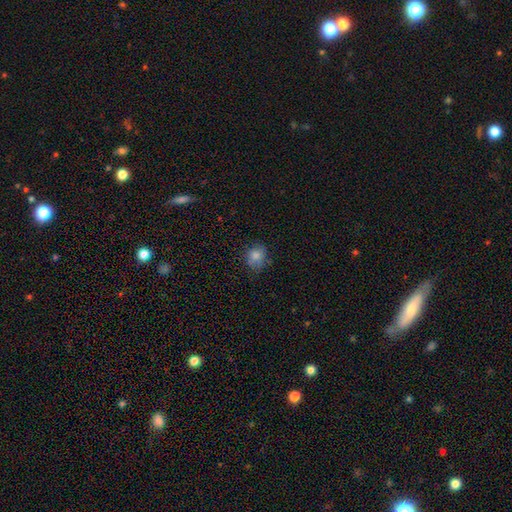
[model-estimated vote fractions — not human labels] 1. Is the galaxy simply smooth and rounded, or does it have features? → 81% smooth, 10% star or artifact, 9% featured or disk.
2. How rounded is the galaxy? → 67% round, 32% in between, 1% cigar-shaped.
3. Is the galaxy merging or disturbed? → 71% none, 22% minor disturbance, 6% major disturbance, 1% merger.